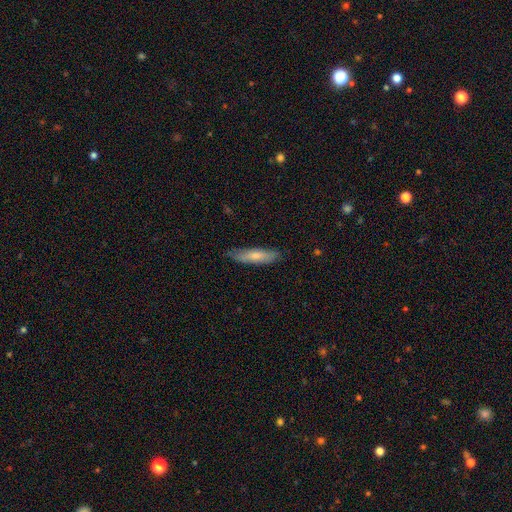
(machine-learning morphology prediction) A smooth galaxy with no disk features (70%) that is cigar-shaped (72%).

Vote fractions:
- Smooth or featured? smooth: 70% / featured or disk: 24% / star or artifact: 6%
- How rounded? cigar-shaped: 72% / in between: 26% / round: 2%
- Merging? none: 80% / minor disturbance: 16% / major disturbance: 2% / merger: 1%